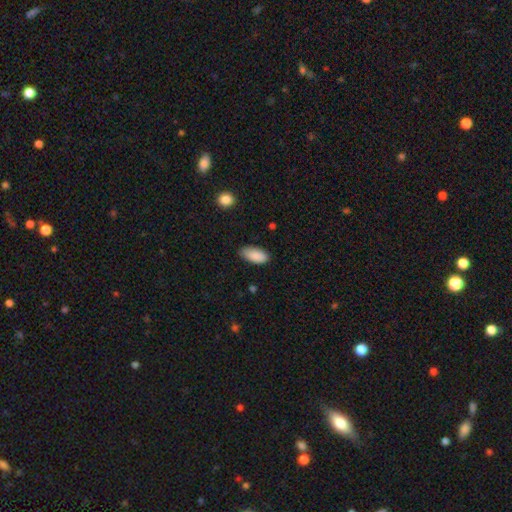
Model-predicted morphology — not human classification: Overall: smooth (89%). How rounded: in between (92%). Merging: none (79%).